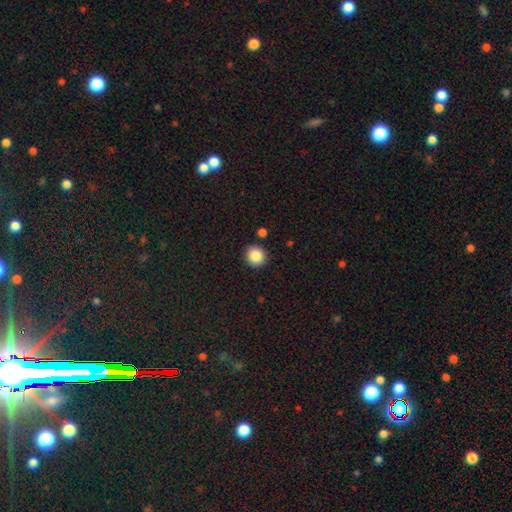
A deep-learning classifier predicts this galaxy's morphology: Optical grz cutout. It shows a smooth galaxy with no disk features (86%) that is round (91%). Merging: none (90%).